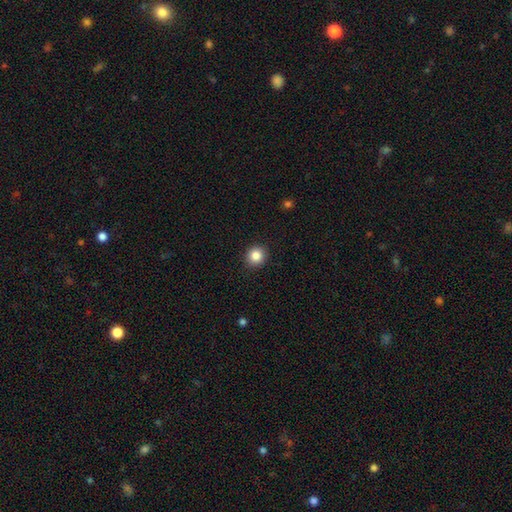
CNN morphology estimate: Smooth or featured? smooth (85%)
How rounded? round (88%)
Merging? none (92%)